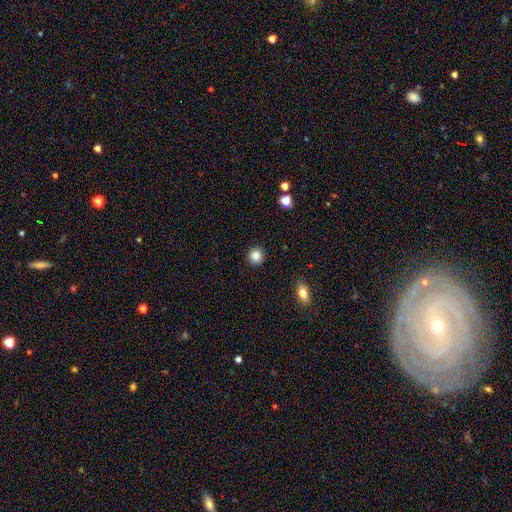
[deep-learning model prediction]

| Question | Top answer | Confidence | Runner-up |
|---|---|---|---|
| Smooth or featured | smooth | 85% | star or artifact (10%) |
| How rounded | round | 92% | in between (7%) |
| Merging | none | 92% | minor disturbance (5%) |